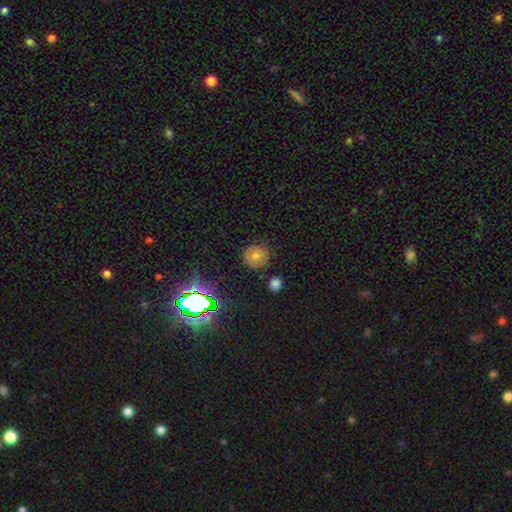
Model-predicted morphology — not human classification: Smooth or featured: smooth — 63% (star or artifact — 22%)
How rounded: round — 91% (in between — 8%)
Merging: none — 85% (minor disturbance — 10%)